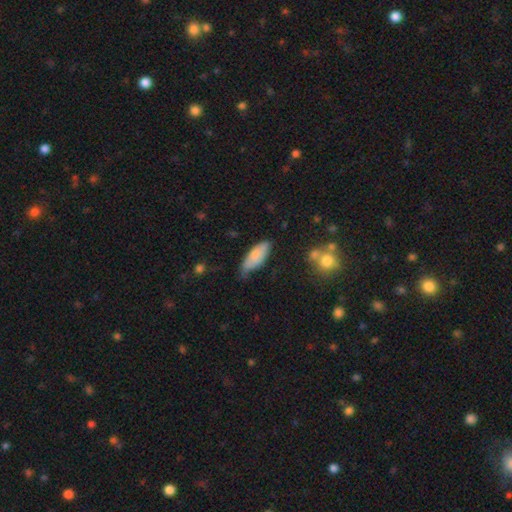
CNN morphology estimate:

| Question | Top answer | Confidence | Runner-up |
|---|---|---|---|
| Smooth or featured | smooth | 76% | featured or disk (18%) |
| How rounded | in between | 77% | cigar-shaped (21%) |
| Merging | none | 52% | minor disturbance (37%) |